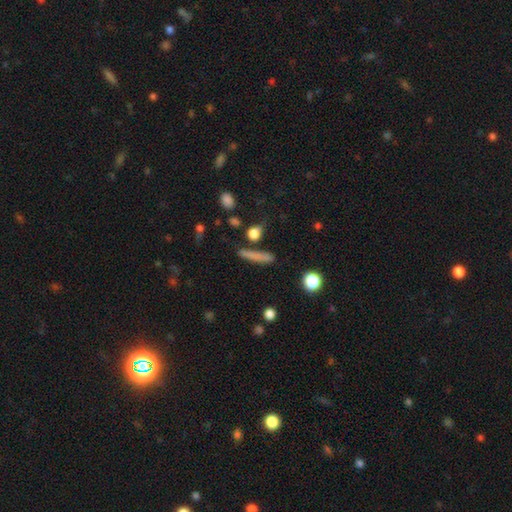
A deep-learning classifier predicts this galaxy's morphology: type=smooth (71%); roundness=cigar-shaped (88%); merging=none (76%).